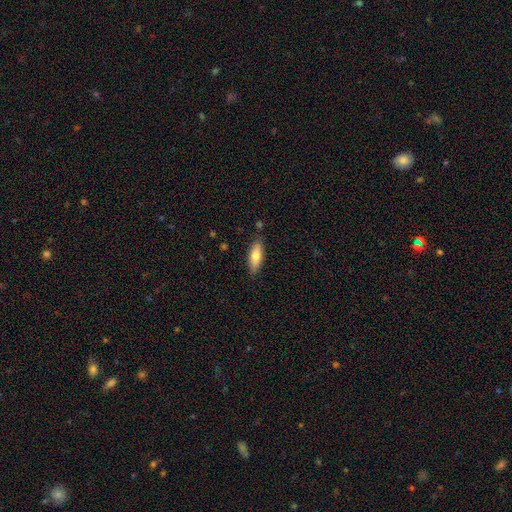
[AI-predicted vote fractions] smooth 75%, featured or disk 19%, star or artifact 6%. Down the decision tree: how rounded — in between (60%); merging — none (83%).